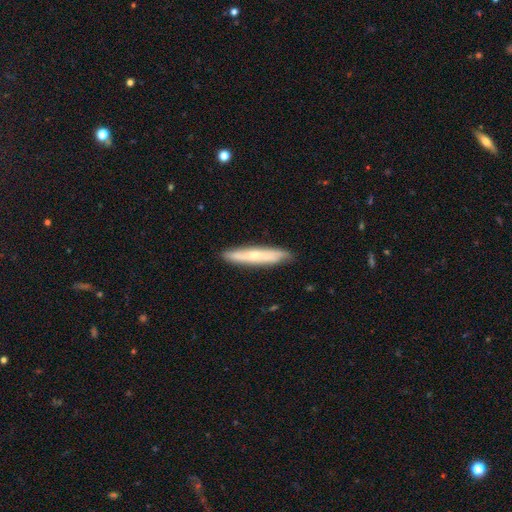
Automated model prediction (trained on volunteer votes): Smooth or featured: smooth — 47% (featured or disk — 46%)
Merging: none — 87% (minor disturbance — 10%)